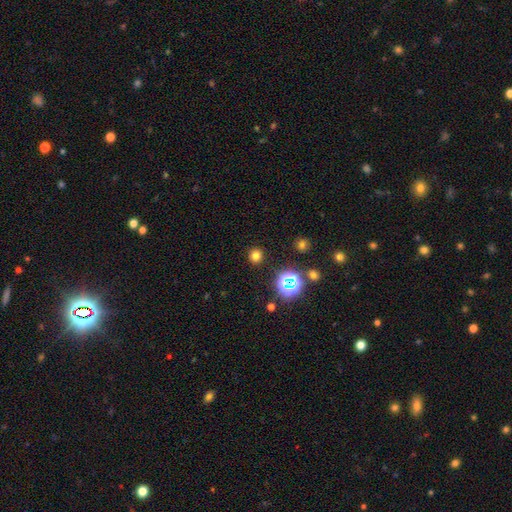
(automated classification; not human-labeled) Overall: smooth (73%). How rounded: round (90%). Merging: none (90%).